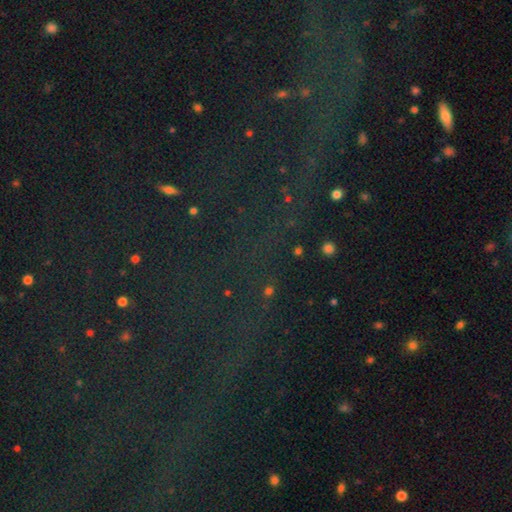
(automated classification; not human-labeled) This appears to be a star or artifact, not a galaxy (80%).